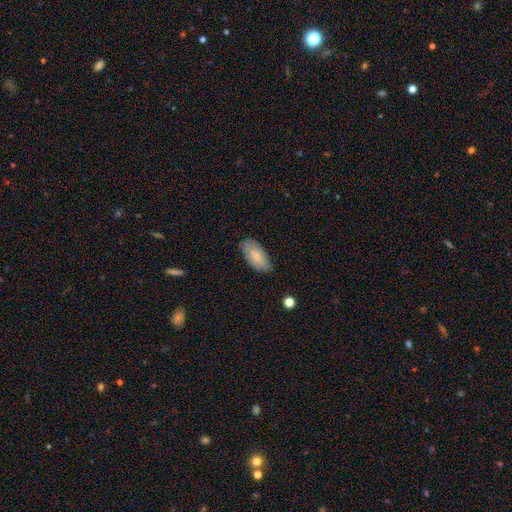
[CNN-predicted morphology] This is likely a smooth galaxy (79%). How rounded: clearly in between (91%). Merging: likely none (79%).